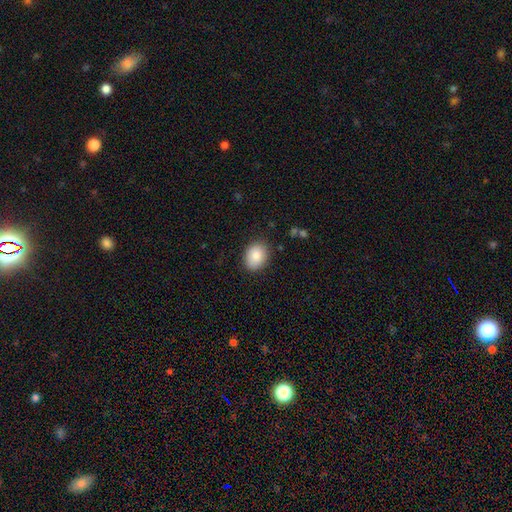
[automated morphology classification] Smooth or featured? smooth (84%)
How rounded? in between (60%)
Merging? none (85%)